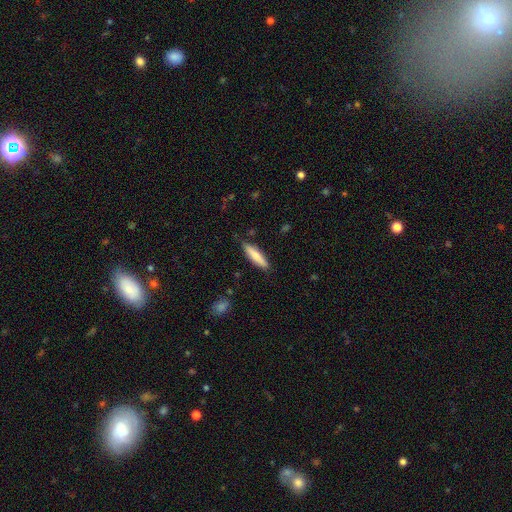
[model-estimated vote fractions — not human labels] Smooth or featured? Predicted: smooth (p=0.80). How rounded? Predicted: cigar-shaped (p=0.77). Merging? Predicted: none (p=0.85).